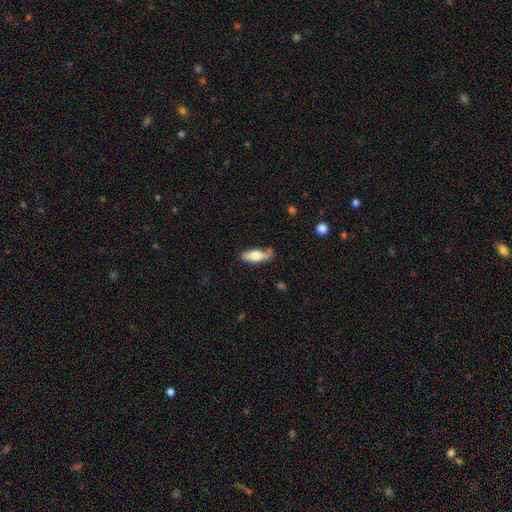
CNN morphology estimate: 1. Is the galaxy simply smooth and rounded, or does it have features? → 68% smooth, 26% featured or disk, 6% star or artifact.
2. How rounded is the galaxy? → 63% in between, 35% cigar-shaped, 3% round.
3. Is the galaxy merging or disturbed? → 66% none, 24% minor disturbance, 6% major disturbance, 4% merger.